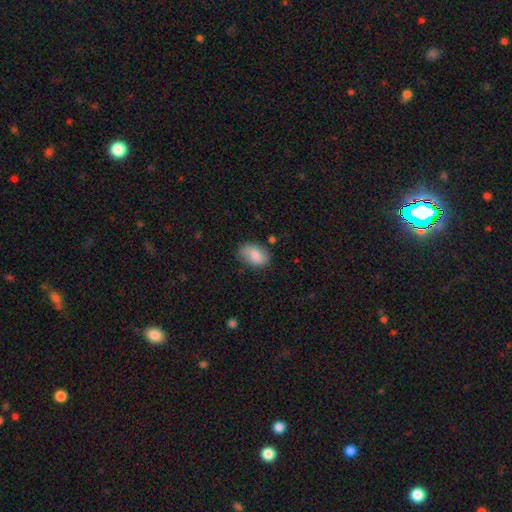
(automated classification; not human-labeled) Smooth or featured? Predicted: smooth (p=0.81). How rounded? Predicted: in between (p=0.84). Merging? Predicted: none (p=0.75).